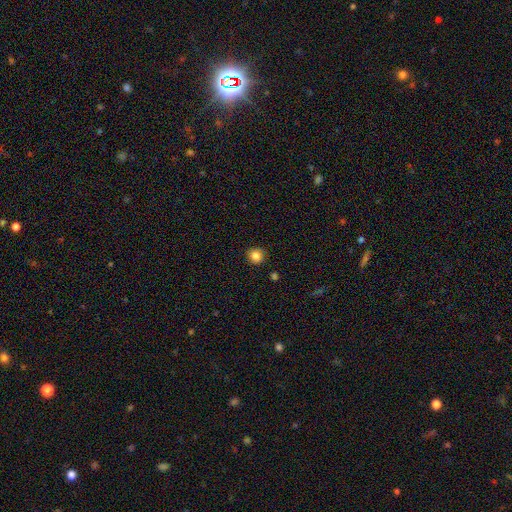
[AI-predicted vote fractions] A smooth galaxy with no disk features (84%) that is round (90%). Merging: none (90%).